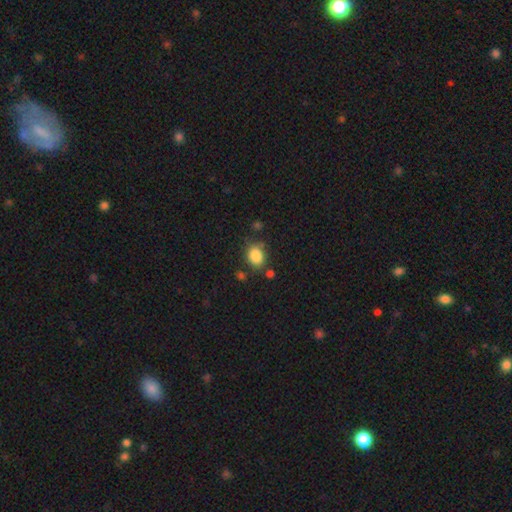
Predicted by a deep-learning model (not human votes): A smooth galaxy with no disk features (86%) that is in between round and cigar-shaped (50%).

Vote fractions:
- Smooth or featured? smooth: 86% / star or artifact: 9% / featured or disk: 5%
- How rounded? in between: 50% / round: 49% / cigar-shaped: 1%
- Merging? none: 73% / minor disturbance: 15% / merger: 7% / major disturbance: 4%